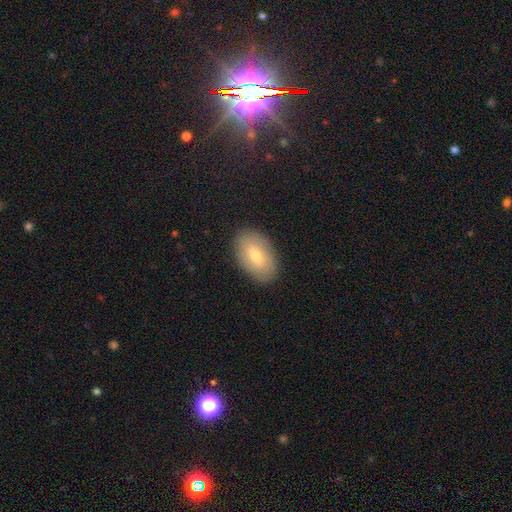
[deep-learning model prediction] This is likely a smooth galaxy (69%). How rounded: clearly in between (93%). Merging: clearly none (88%).